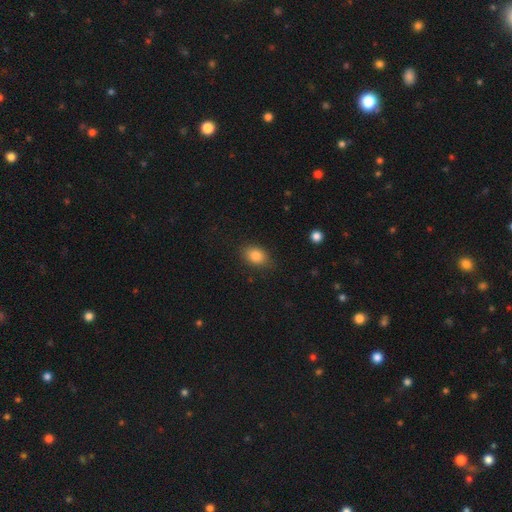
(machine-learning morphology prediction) Smooth or featured?
  - smooth: 83% *
  - star or artifact: 9%
  - featured or disk: 7%
How rounded?
  - in between: 74% *
  - round: 25%
  - cigar-shaped: 1%
Merging?
  - none: 82% *
  - minor disturbance: 13%
  - major disturbance: 3%
  - merger: 1%